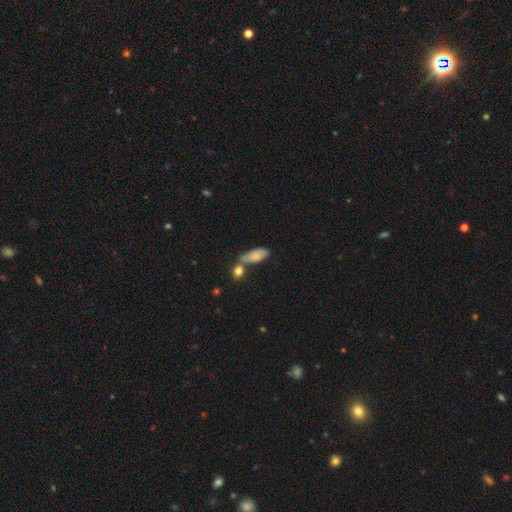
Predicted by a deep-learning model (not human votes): Smooth or featured? smooth (72%)
How rounded? in between (80%)
Merging? none (46%)